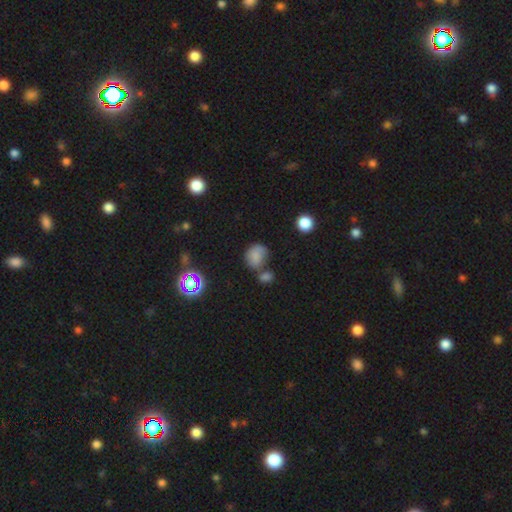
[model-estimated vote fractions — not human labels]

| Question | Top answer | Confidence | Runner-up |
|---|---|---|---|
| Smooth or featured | smooth | 72% | star or artifact (16%) |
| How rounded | round | 55% | in between (44%) |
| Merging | none | 44% | merger (29%) |